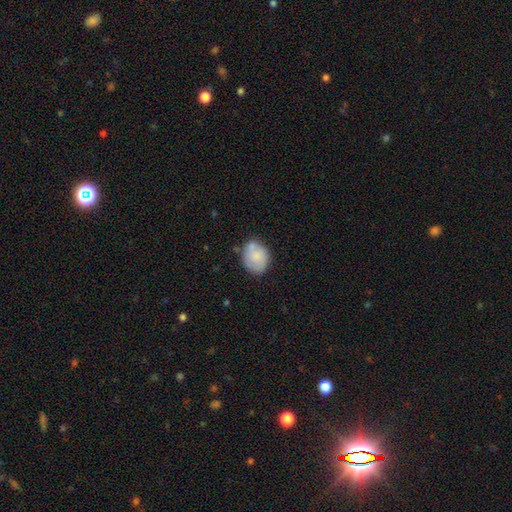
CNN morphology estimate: This is likely a smooth galaxy (75%). How rounded: possibly round (53%). Merging: possibly none (57%).